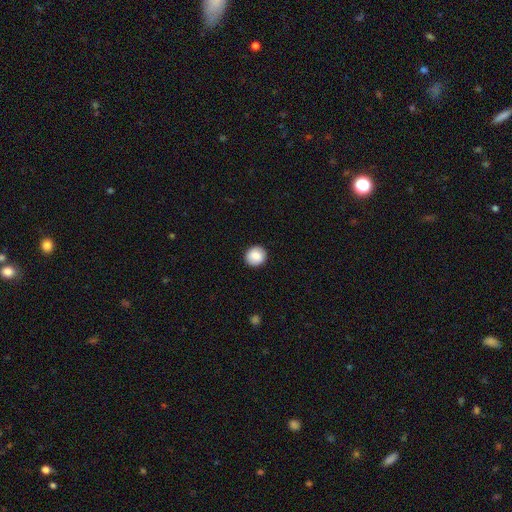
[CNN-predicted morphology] Overall: smooth (86%). How rounded: round (89%). Merging: none (92%).